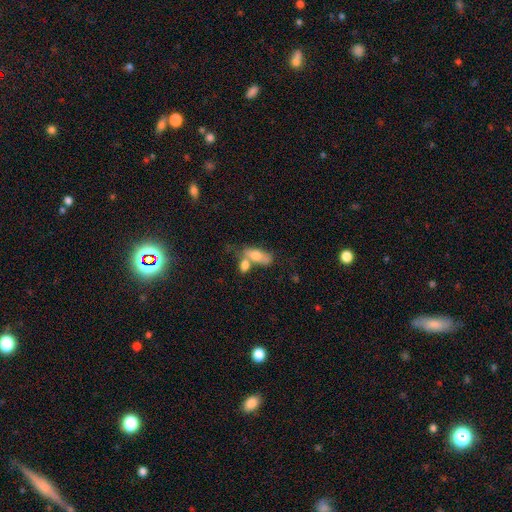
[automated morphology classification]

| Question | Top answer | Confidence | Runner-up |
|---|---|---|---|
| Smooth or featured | smooth | 67% | featured or disk (24%) |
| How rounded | in between | 81% | cigar-shaped (13%) |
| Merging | merger | 51% | none (28%) |